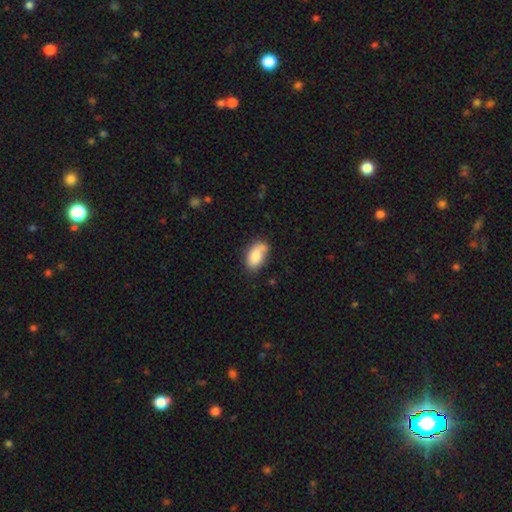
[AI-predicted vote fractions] Overall: smooth (78%). How rounded: in between (92%). Merging: none (54%; minor disturbance 27%).